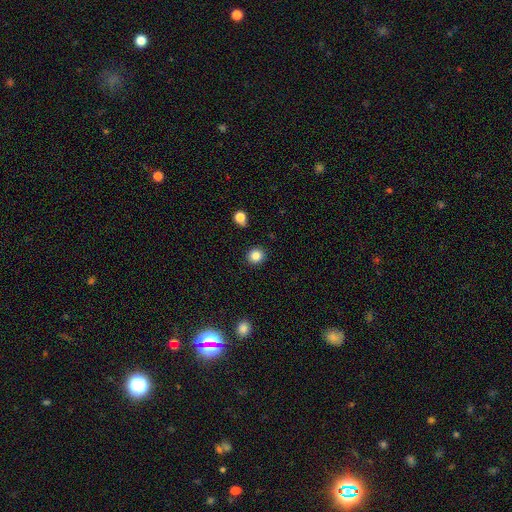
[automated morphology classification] A smooth galaxy with no disk features (85%) that is round (89%).

Vote fractions:
- Smooth or featured? smooth: 85% / star or artifact: 11% / featured or disk: 4%
- How rounded? round: 89% / in between: 10% / cigar-shaped: 1%
- Merging? none: 91% / minor disturbance: 6% / major disturbance: 2% / merger: 2%